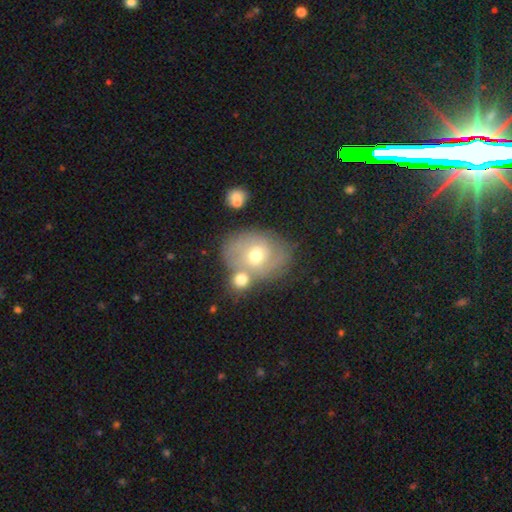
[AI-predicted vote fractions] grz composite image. It shows a featured or disk galaxy (55%) with no bar (57%), spiral arms (64%) and a moderate central bulge (66%). Merging: none (47%).